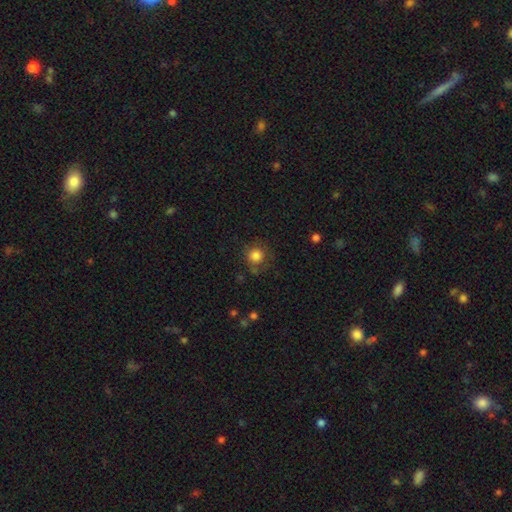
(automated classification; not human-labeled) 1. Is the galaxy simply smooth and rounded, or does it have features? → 83% smooth, 11% star or artifact, 6% featured or disk.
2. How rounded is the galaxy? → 93% round, 7% in between, 1% cigar-shaped.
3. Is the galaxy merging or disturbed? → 76% none, 15% minor disturbance, 6% major disturbance, 3% merger.